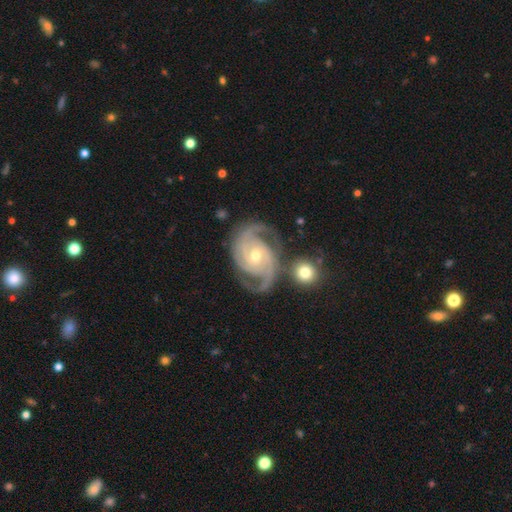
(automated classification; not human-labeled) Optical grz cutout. It shows a featured or disk galaxy (93%) with no bar (54%), 2 (65%) tight (51%) spiral arms (99%) and a moderate central bulge (51%). Merging: none (72%).